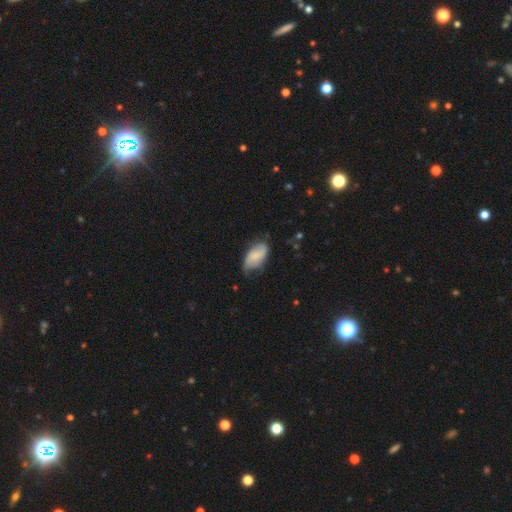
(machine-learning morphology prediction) Smooth or featured?
  - smooth: 58% *
  - featured or disk: 34%
  - star or artifact: 7%
How rounded?
  - in between: 93% *
  - cigar-shaped: 4%
  - round: 3%
Merging?
  - none: 56% *
  - minor disturbance: 33%
  - major disturbance: 9%
  - merger: 2%